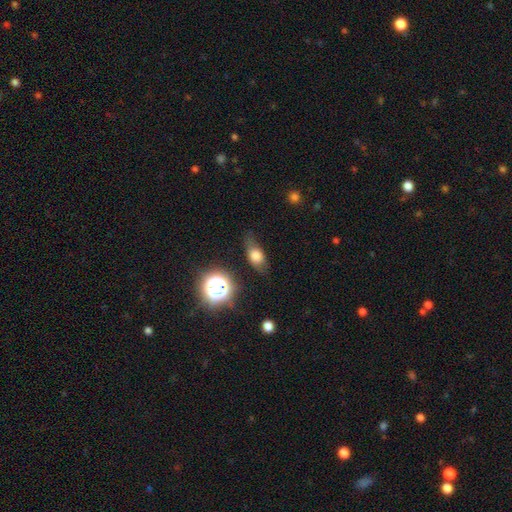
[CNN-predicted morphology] This is likely a smooth galaxy (69%). How rounded: likely in between (72%). Merging: likely none (63%).